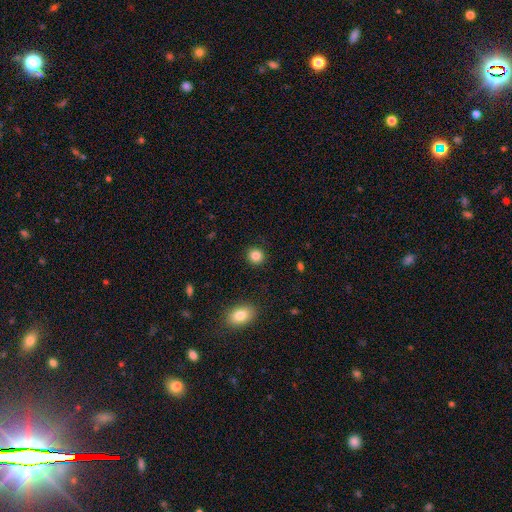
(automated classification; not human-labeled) Q: Smooth or featured?
A: smooth (85%); runner-up: star or artifact (11%)
Q: How rounded?
A: round (90%); runner-up: in between (9%)
Q: Merging?
A: none (91%); runner-up: minor disturbance (5%)